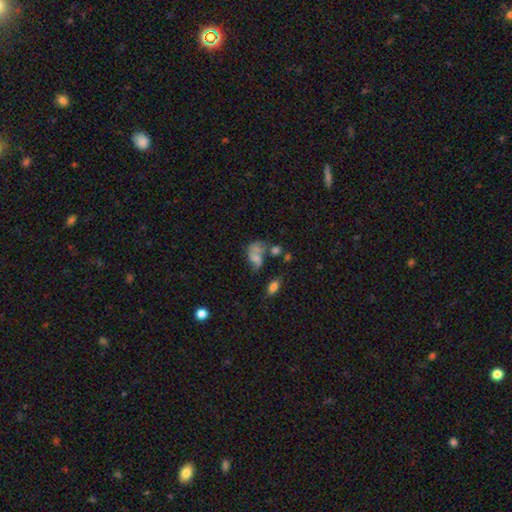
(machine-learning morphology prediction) Smooth or featured? Predicted: smooth (p=0.47). Merging? Predicted: major disturbance (p=0.30).